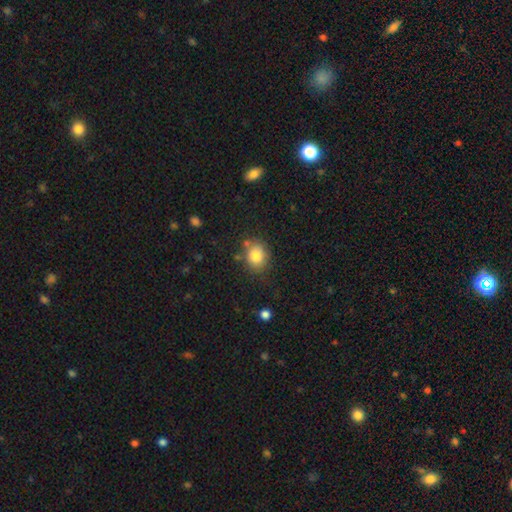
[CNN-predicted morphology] smooth 83%, star or artifact 10%, featured or disk 7%. Down the decision tree: how rounded — round (59%); merging — none (75%).